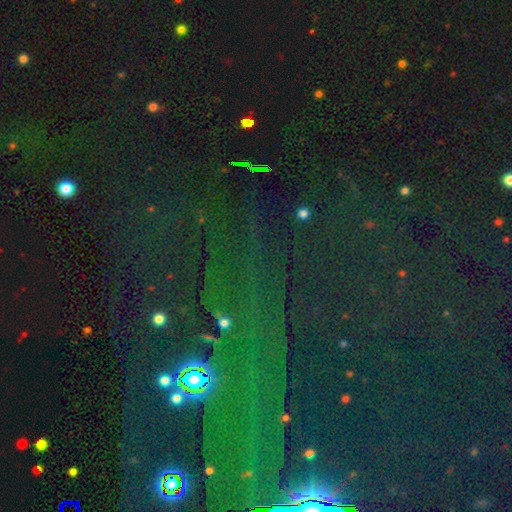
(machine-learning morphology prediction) This is clearly a star or artifact rather than a galaxy (84%).